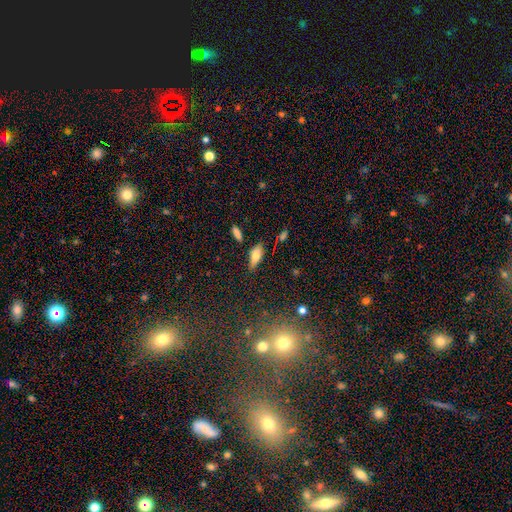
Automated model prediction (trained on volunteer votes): Overall: smooth (69%). How rounded: in between (78%). Merging: none (73%).